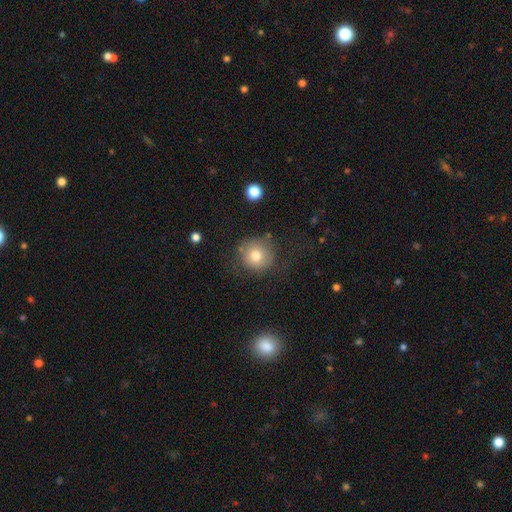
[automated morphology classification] type=smooth (74%); roundness=round (90%); merging=none (70%).